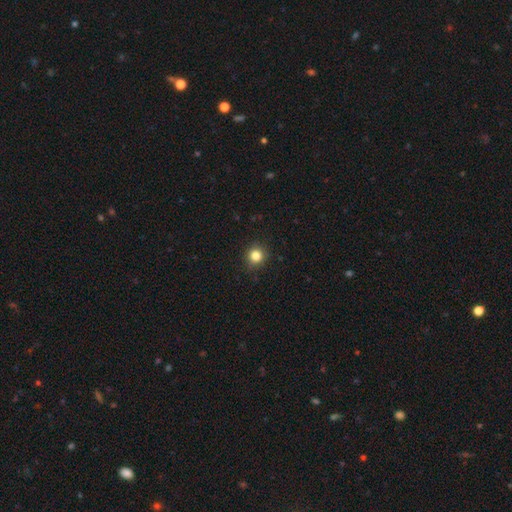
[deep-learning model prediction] This appears to be a smooth galaxy with no disk features (83%) that is round (91%). Merging: none (91%).